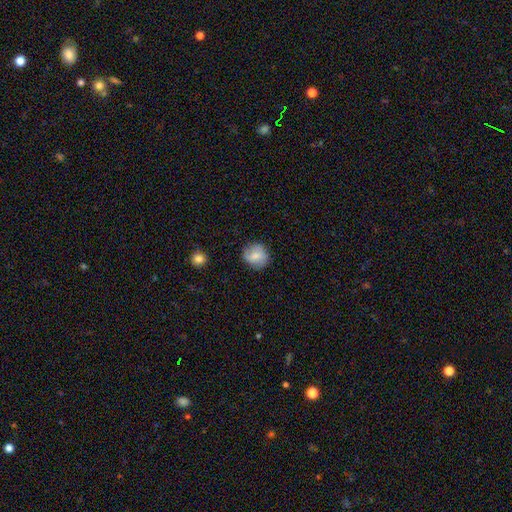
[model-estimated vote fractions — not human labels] This appears to be a smooth galaxy with no disk features (74%) that is round (85%). Merging: none (82%).